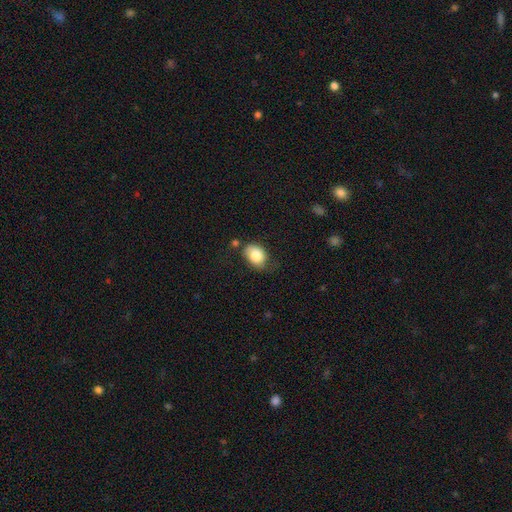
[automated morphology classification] smooth_or_featured: smooth (p=0.82) [alt: featured or disk p=0.10]
how_rounded: in between (p=0.68) [alt: round p=0.31]
merging: none (p=0.56) [alt: minor disturbance p=0.29]